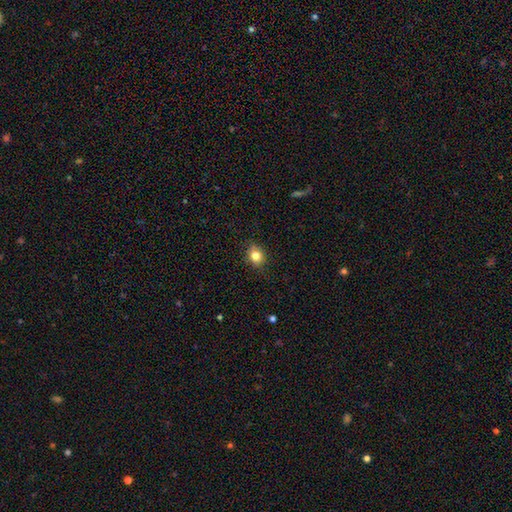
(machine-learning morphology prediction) type=smooth (81%); roundness=round (66%); merging=none (85%).